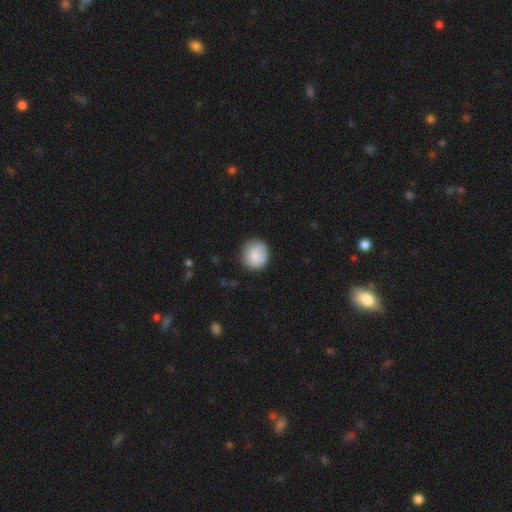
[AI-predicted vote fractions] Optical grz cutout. It shows a smooth galaxy with no disk features (84%) that is round (90%). Merging: none (79%).